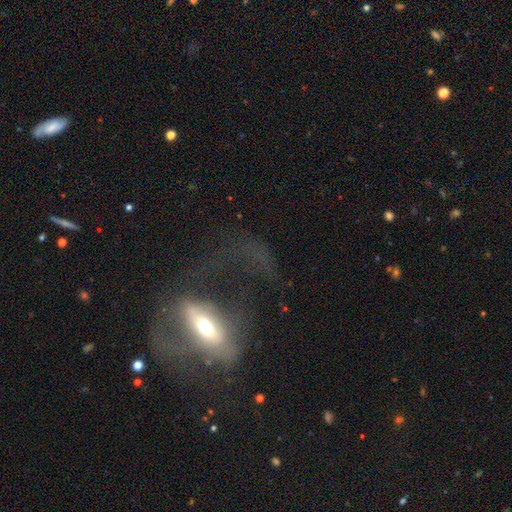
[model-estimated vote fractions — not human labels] Q: Smooth or featured?
A: featured or disk (57%); runner-up: smooth (29%)
Q: Edge-on disk?
A: no (74%); runner-up: yes (26%)
Q: Merging?
A: major disturbance (54%); runner-up: none (28%)